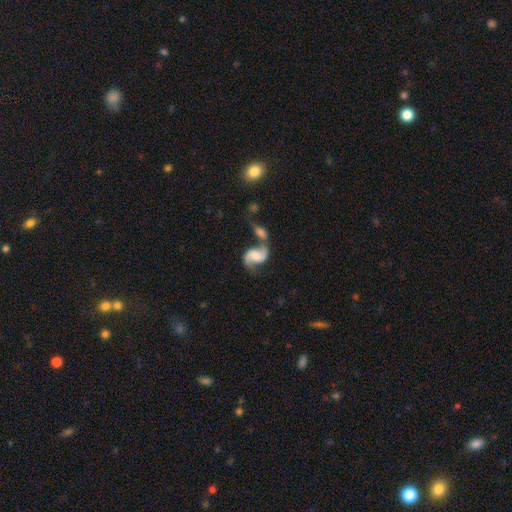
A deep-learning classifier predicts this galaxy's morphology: smooth-or-featured: featured or disk: 73% | smooth: 20% | star or artifact: 7%
  disk-edge-on: no: 97% | yes: 3%
    bar: no: 50% | weak: 37% | strong: 13%
    has-spiral-arms: yes: 93% | no: 7%
      spiral-winding: loose: 58% | medium: 34% | tight: 9%
      spiral-arm-count: 2: 89% | 1: 4% | can't tell: 4% | 3: 1% | 4: 1% | more than 4: 1%
    bulge-size: none: 28% | moderate: 27% | small: 20% | large: 20% | dominant: 4%
  merging: merger: 49% | none: 29% | minor disturbance: 12% | major disturbance: 10%